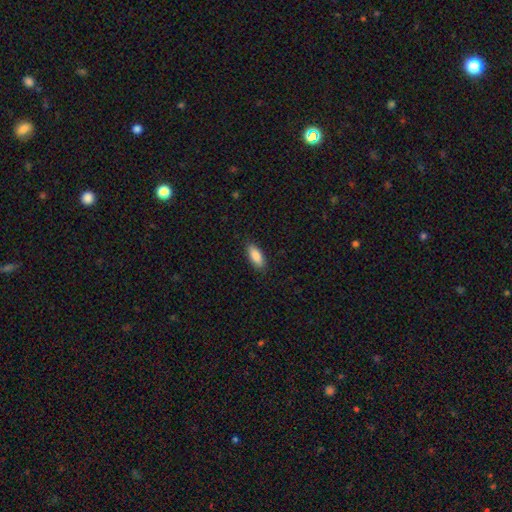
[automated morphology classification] type=smooth (88%); roundness=in between (83%); merging=none (88%).